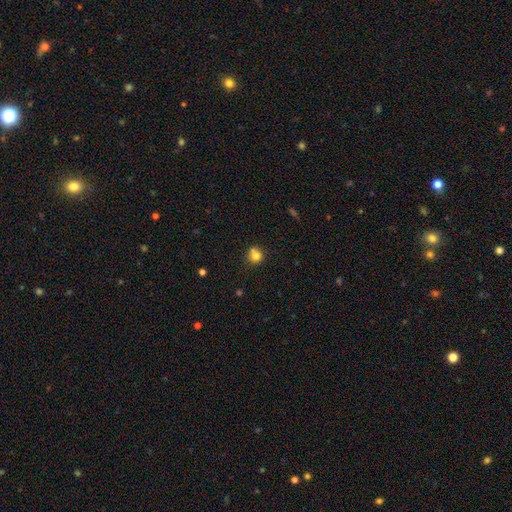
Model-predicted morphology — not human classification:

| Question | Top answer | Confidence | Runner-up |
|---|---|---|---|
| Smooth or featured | smooth | 76% | star or artifact (12%) |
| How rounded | round | 86% | in between (13%) |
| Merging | none | 54% | merger (26%) |